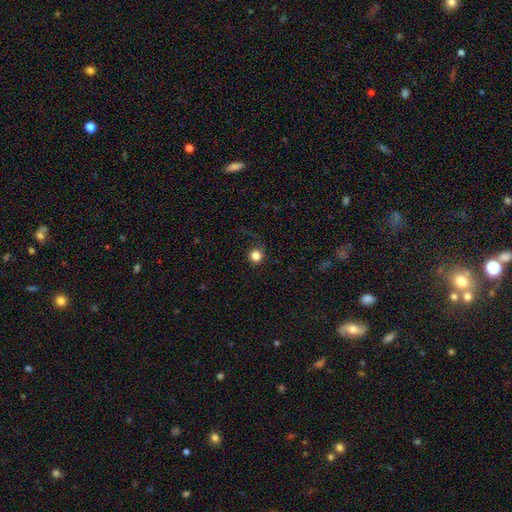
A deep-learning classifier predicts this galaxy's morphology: Smooth or featured? smooth (84%)
How rounded? round (93%)
Merging? none (80%)